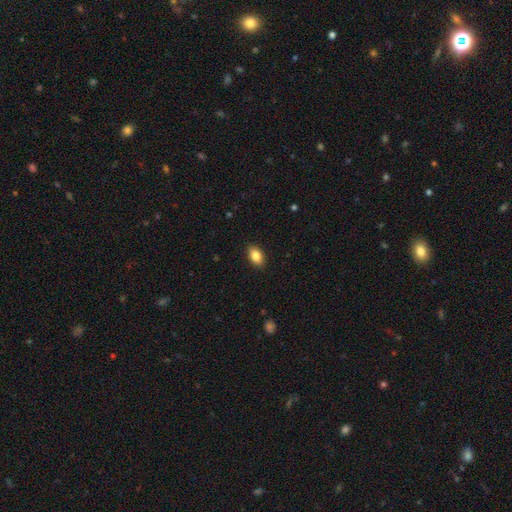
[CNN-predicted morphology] type=smooth (85%); roundness=in between (88%); merging=none (89%).